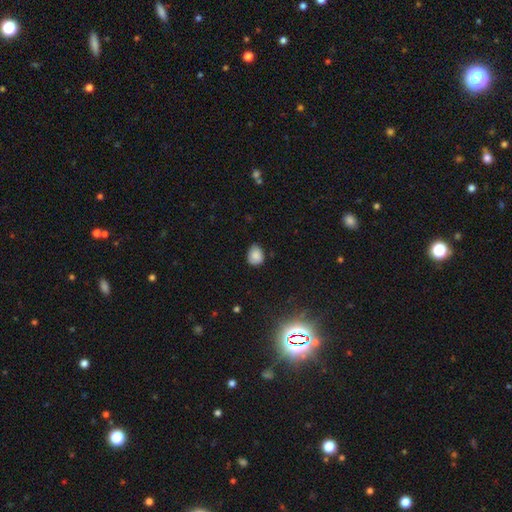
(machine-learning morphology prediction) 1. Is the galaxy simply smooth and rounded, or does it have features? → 83% smooth, 10% star or artifact, 7% featured or disk.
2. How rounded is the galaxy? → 53% round, 46% in between, 1% cigar-shaped.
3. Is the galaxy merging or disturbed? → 68% none, 27% minor disturbance, 4% major disturbance, 1% merger.